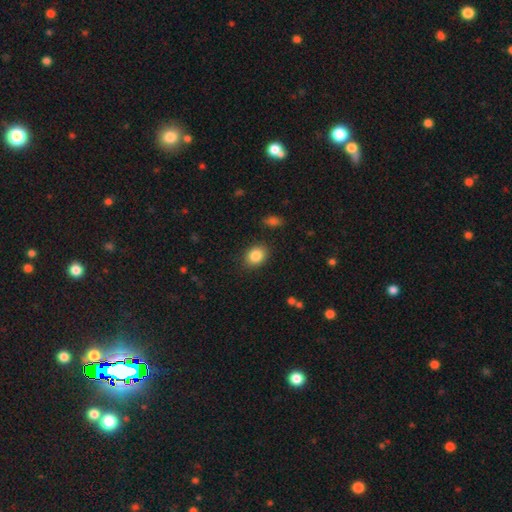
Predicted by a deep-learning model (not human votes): A smooth galaxy with no disk features (85%) that is round (50%).

Vote fractions:
- Smooth or featured? smooth: 85% / star or artifact: 9% / featured or disk: 6%
- How rounded? round: 50% / in between: 49% / cigar-shaped: 1%
- Merging? none: 87% / minor disturbance: 9% / major disturbance: 3% / merger: 1%